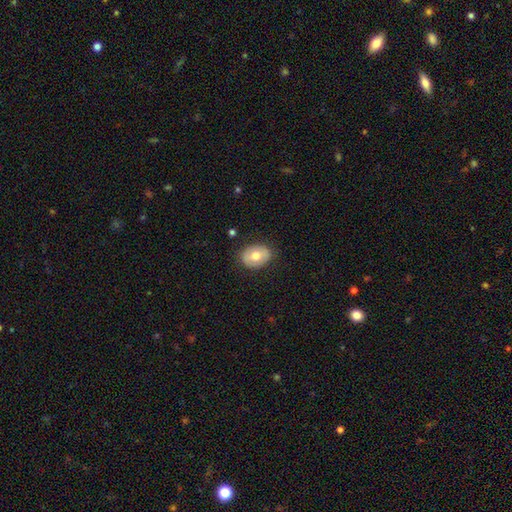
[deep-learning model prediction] A smooth galaxy with no disk features (65%) that is in between round and cigar-shaped (63%).

Vote fractions:
- Smooth or featured? smooth: 65% / featured or disk: 28% / star or artifact: 7%
- How rounded? in between: 63% / round: 36% / cigar-shaped: 1%
- Merging? none: 83% / minor disturbance: 12% / major disturbance: 3% / merger: 1%